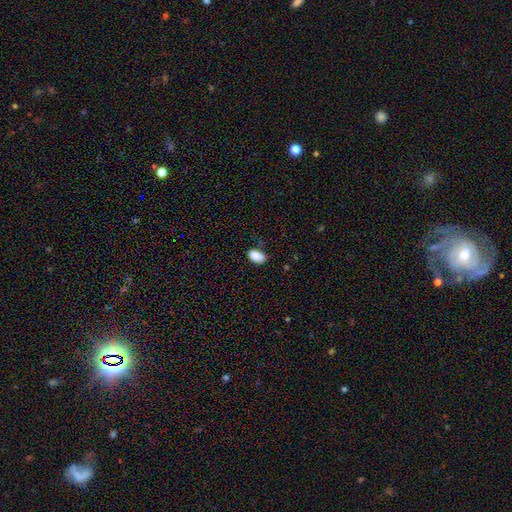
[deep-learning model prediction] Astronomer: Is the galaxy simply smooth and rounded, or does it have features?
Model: smooth — 87%.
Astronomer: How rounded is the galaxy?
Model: in between — 91%.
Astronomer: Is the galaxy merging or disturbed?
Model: none — 63%.